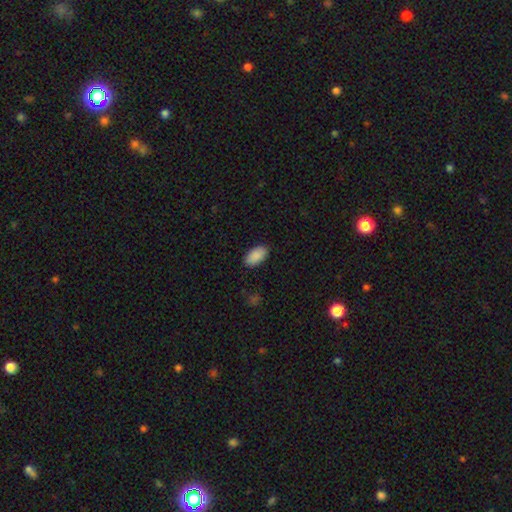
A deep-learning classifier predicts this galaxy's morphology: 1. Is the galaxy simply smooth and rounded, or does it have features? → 90% smooth, 7% star or artifact, 3% featured or disk.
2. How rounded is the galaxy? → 95% in between, 3% round, 2% cigar-shaped.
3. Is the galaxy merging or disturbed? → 89% none, 8% minor disturbance, 2% major disturbance, 1% merger.